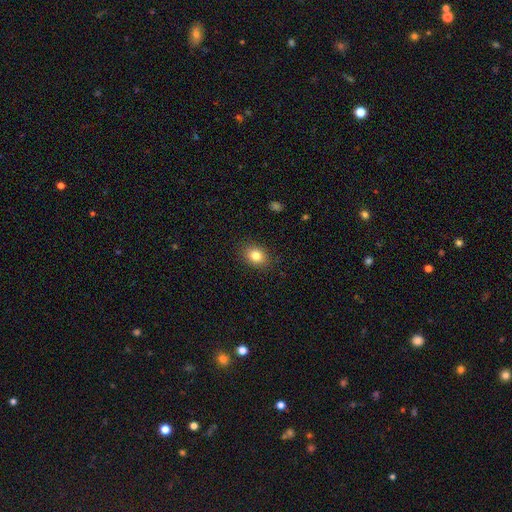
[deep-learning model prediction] Morphology: type=smooth (82%); roundness=in between (58%); merging=none (88%).